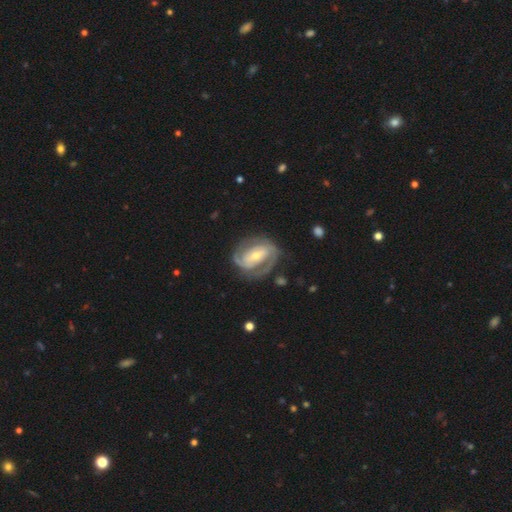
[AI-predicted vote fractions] This appears to be a featured or disk galaxy (87%) with a strong bar (38%), 2 (72%) tight (52%) spiral arms (94%) and a moderate central bulge (54%). Merging: none (72%).